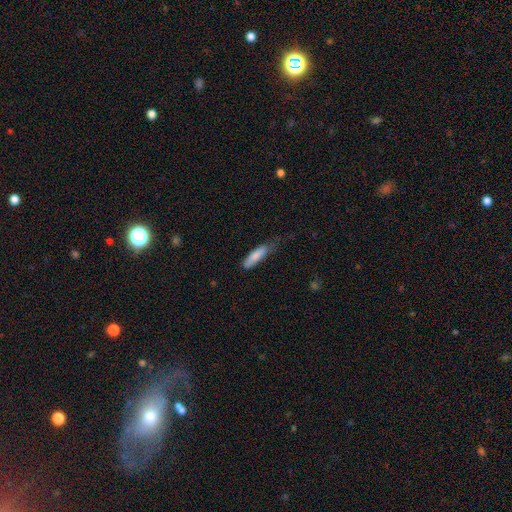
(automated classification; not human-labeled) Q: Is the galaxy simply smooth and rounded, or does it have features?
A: smooth — 81%.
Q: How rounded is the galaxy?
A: cigar-shaped — 66%.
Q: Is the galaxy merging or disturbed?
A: none — 48%.